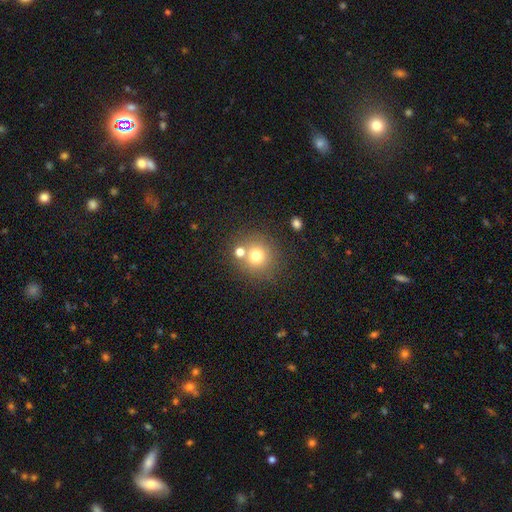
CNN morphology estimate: Smooth or featured: smooth — 73% (star or artifact — 15%)
How rounded: round — 90% (in between — 9%)
Merging: none — 67% (merger — 20%)